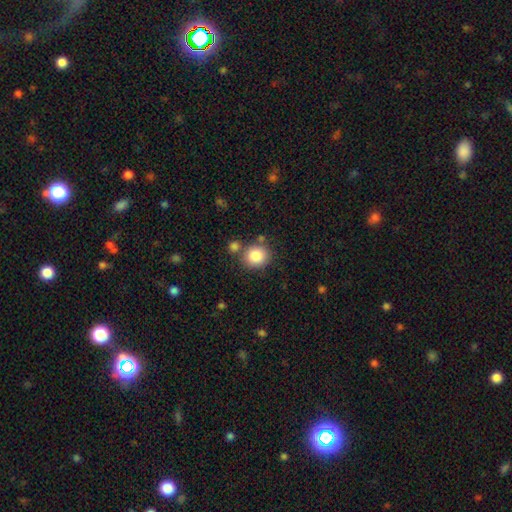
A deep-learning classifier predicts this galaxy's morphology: A smooth galaxy with no disk features (85%) that is round (80%). Merging: none (73%).